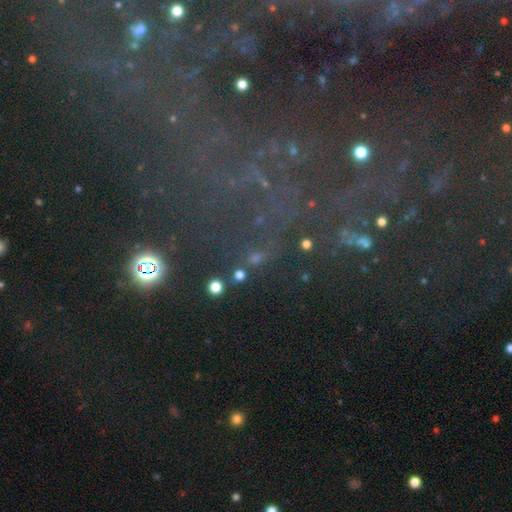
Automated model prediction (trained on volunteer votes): Smooth or featured? star or artifact (62%)